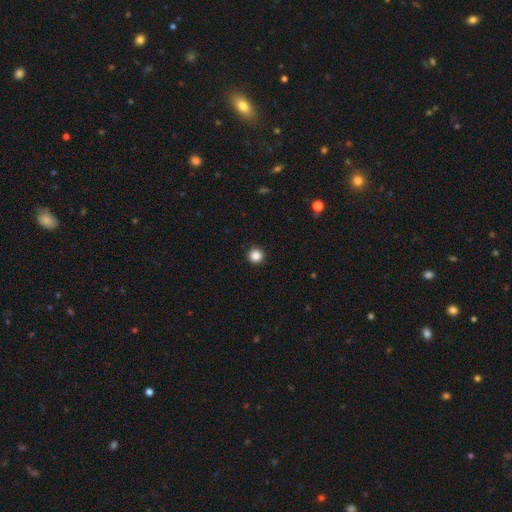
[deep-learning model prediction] smooth 86%, star or artifact 11%, featured or disk 3%. Down the decision tree: how rounded — round (96%); merging — none (93%).